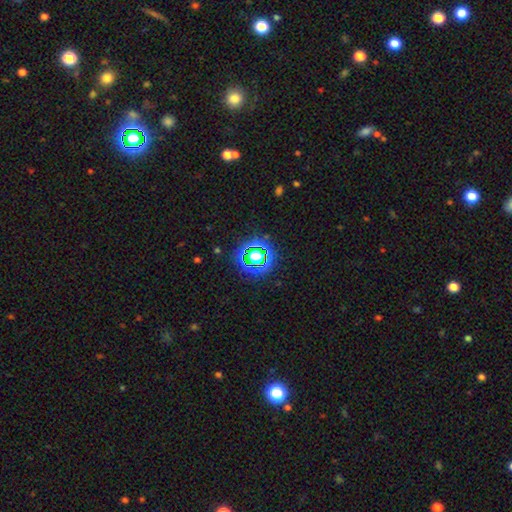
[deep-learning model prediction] smooth-or-featured: star or artifact: 60% | smooth: 29% | featured or disk: 12%